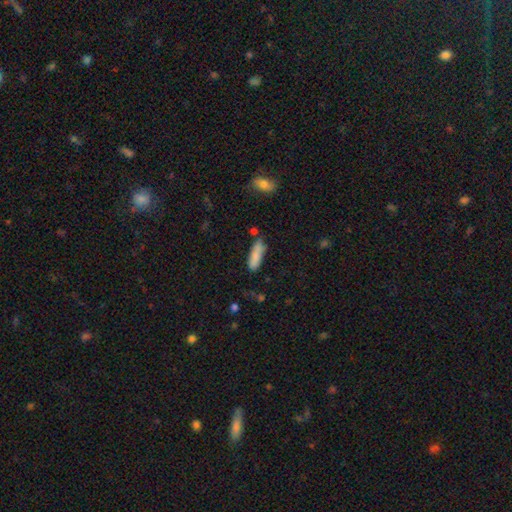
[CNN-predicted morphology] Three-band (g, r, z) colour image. It shows a smooth galaxy with no disk features (81%) that is cigar-shaped (49%, tied with in between). Merging: none (59%).